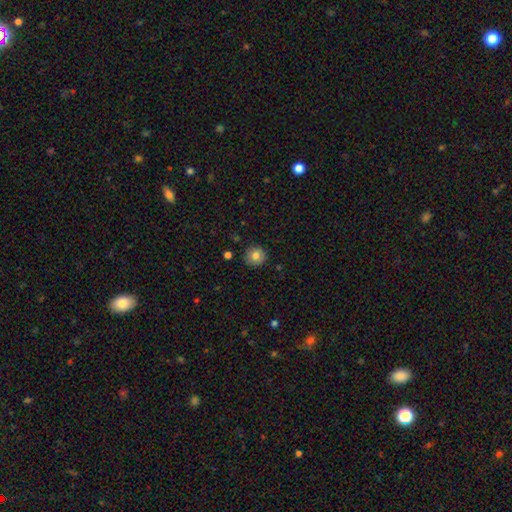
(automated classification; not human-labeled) Smooth or featured: smooth — 81% (featured or disk — 10%)
How rounded: round — 92% (in between — 7%)
Merging: none — 89% (minor disturbance — 8%)